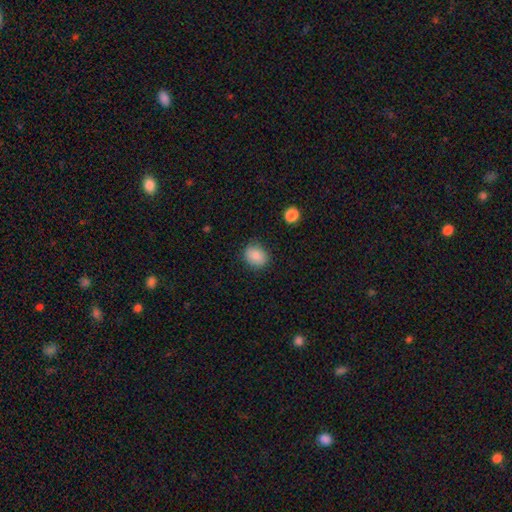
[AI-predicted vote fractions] A smooth galaxy with no disk features (85%) that is round (59%).

Vote fractions:
- Smooth or featured? smooth: 85% / star or artifact: 9% / featured or disk: 7%
- How rounded? round: 59% / in between: 40% / cigar-shaped: 1%
- Merging? none: 82% / minor disturbance: 13% / major disturbance: 3% / merger: 1%